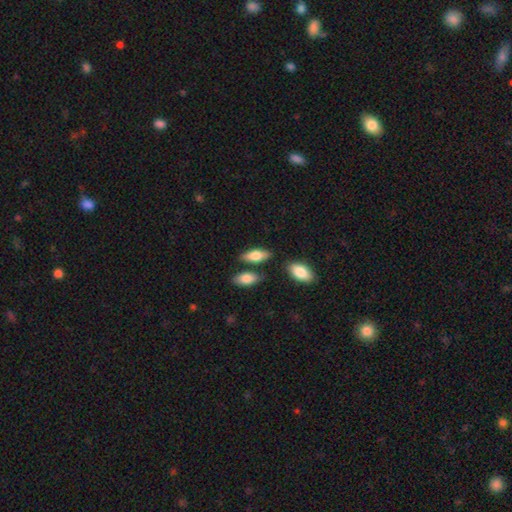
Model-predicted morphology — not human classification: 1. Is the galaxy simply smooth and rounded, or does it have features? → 76% smooth, 18% featured or disk, 6% star or artifact.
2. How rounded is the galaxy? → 77% in between, 19% cigar-shaped, 3% round.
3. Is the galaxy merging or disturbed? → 73% none, 13% minor disturbance, 11% merger, 3% major disturbance.